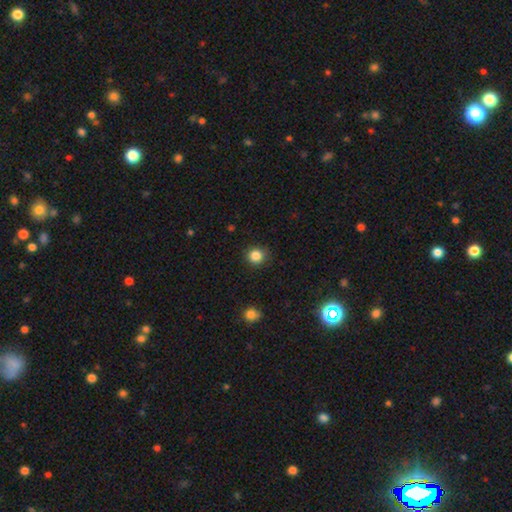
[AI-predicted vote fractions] Smooth or featured?
  - smooth: 84% *
  - star or artifact: 12%
  - featured or disk: 4%
How rounded?
  - round: 91% *
  - in between: 8%
  - cigar-shaped: 1%
Merging?
  - none: 88% *
  - minor disturbance: 8%
  - major disturbance: 2%
  - merger: 1%